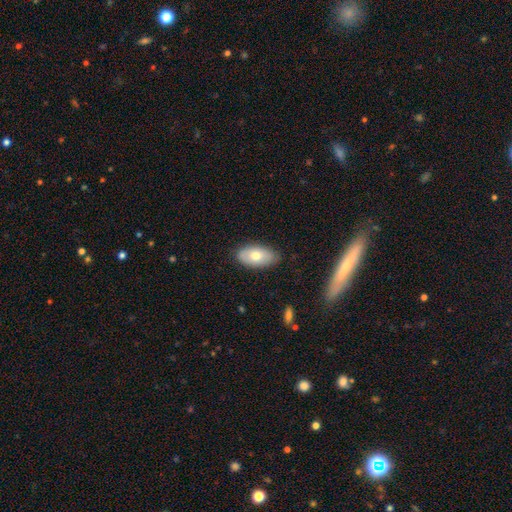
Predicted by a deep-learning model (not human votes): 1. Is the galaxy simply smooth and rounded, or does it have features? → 70% smooth, 24% featured or disk, 7% star or artifact.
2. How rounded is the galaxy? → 93% in between, 5% round, 3% cigar-shaped.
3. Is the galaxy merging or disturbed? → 82% none, 15% minor disturbance, 3% major disturbance, 1% merger.